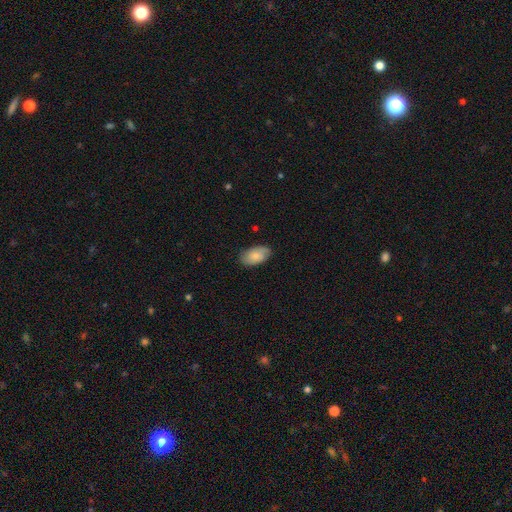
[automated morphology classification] Overall: smooth (72%). How rounded: in between (93%). Merging: none (80%).